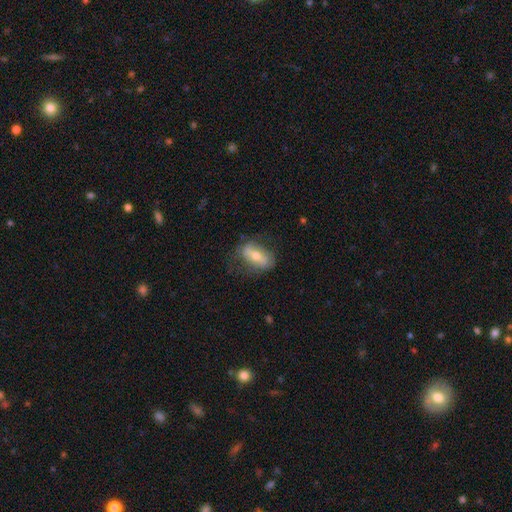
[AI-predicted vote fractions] Smooth or featured: smooth — 50% (featured or disk — 43%)
How rounded: in between — 82% (cigar-shaped — 11%)
Merging: none — 65% (minor disturbance — 22%)